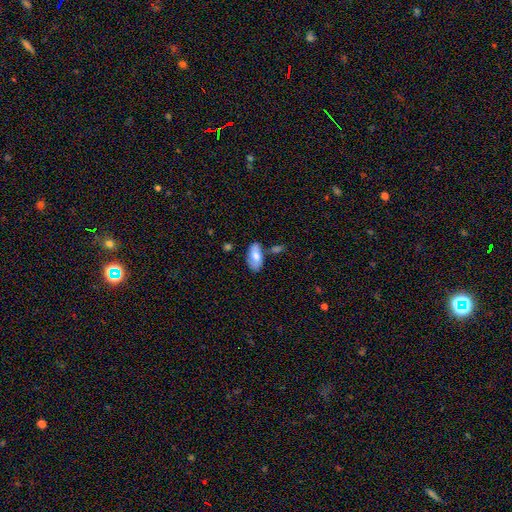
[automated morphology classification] This is likely a smooth galaxy (62%). How rounded: clearly in between (93%). Merging: possibly none (54%).